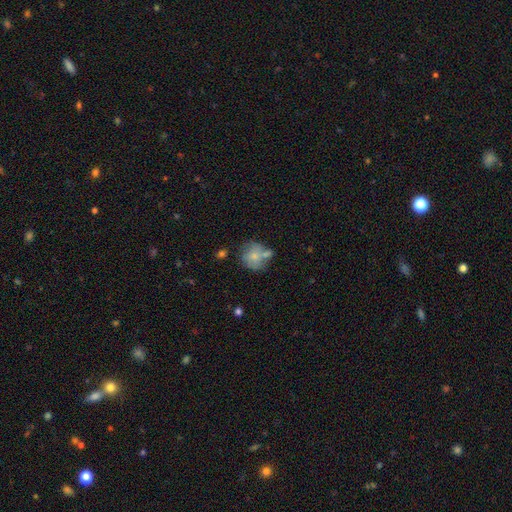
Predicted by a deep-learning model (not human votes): Q: Smooth or featured?
A: smooth (68%); runner-up: featured or disk (24%)
Q: How rounded?
A: round (78%); runner-up: in between (21%)
Q: Merging?
A: none (47%); runner-up: merger (22%)